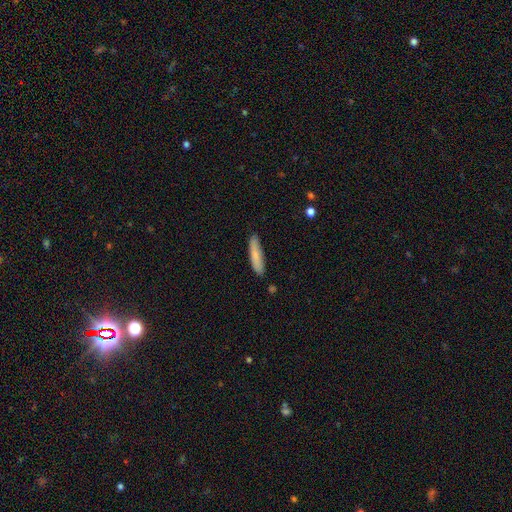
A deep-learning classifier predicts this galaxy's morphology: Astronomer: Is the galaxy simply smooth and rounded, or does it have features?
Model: smooth — 78%.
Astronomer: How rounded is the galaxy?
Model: cigar-shaped — 82%.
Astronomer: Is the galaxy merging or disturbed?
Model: none — 83%.